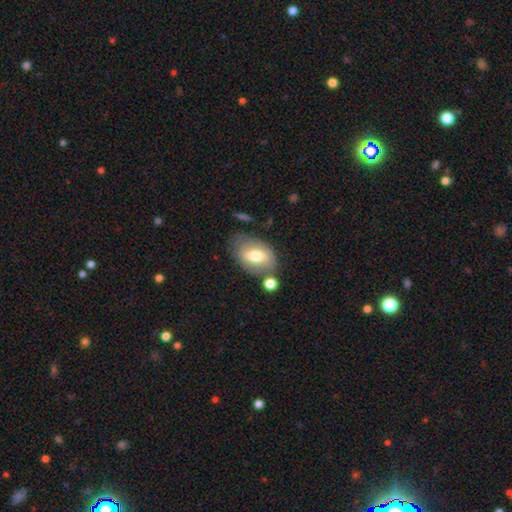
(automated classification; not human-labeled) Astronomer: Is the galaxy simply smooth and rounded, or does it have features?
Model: smooth — 58% (runner-up: featured or disk, 35%).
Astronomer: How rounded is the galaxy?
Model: in between — 85%.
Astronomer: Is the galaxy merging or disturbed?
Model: none — 61%.